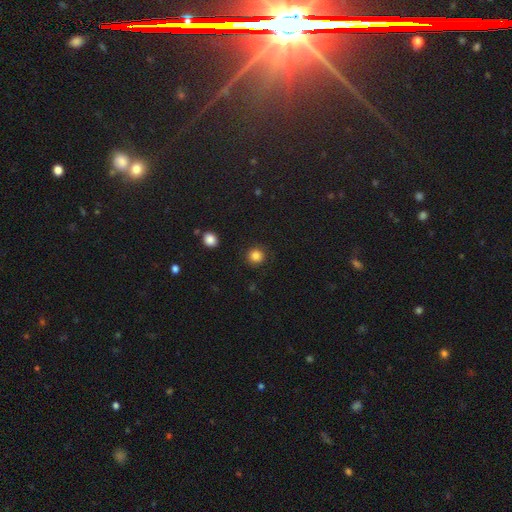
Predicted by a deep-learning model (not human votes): Smooth or featured? Predicted: smooth (p=0.85). How rounded? Predicted: round (p=0.92). Merging? Predicted: none (p=0.90).